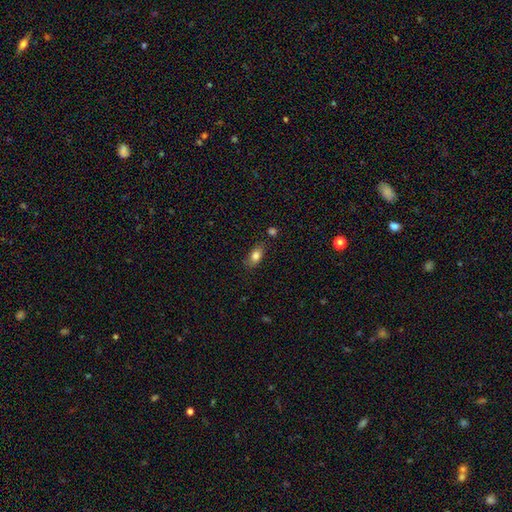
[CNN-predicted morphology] Smooth or featured?
  - smooth: 81% *
  - featured or disk: 10%
  - star or artifact: 8%
How rounded?
  - in between: 86% *
  - round: 9%
  - cigar-shaped: 5%
Merging?
  - none: 73% *
  - minor disturbance: 19%
  - major disturbance: 4%
  - merger: 4%